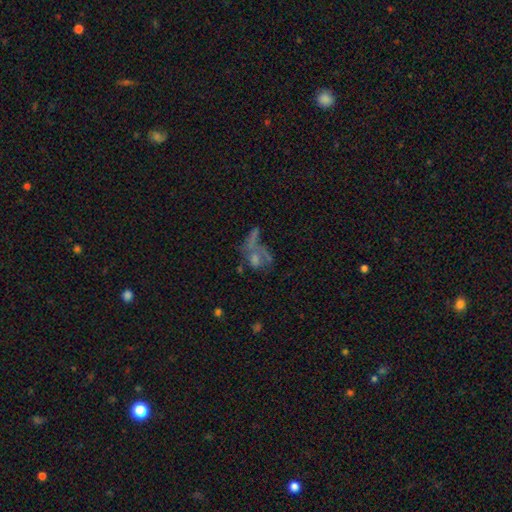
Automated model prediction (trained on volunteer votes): Smooth or featured? Predicted: featured or disk (p=0.42). Merging? Predicted: major disturbance (p=0.34).